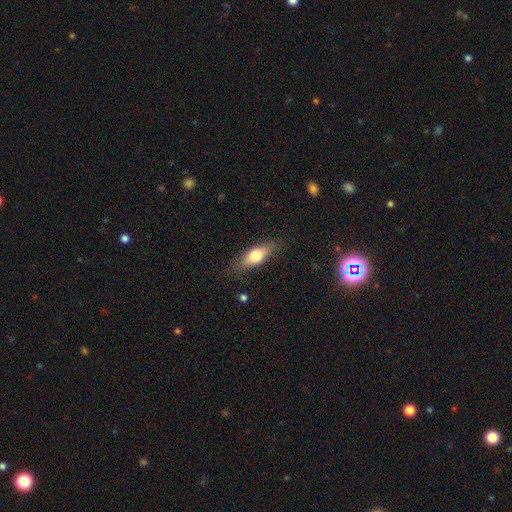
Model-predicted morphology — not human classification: Smooth or featured?
  - smooth: 69% *
  - featured or disk: 24%
  - star or artifact: 7%
How rounded?
  - in between: 68% *
  - cigar-shaped: 28%
  - round: 4%
Merging?
  - none: 79% *
  - minor disturbance: 16%
  - major disturbance: 4%
  - merger: 1%